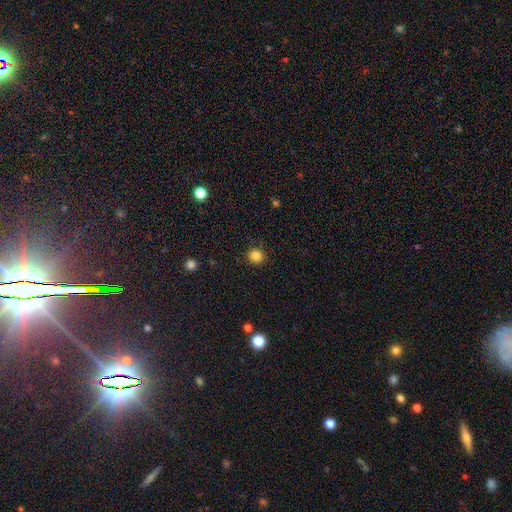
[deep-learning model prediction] Q: Smooth or featured?
A: smooth (84%); runner-up: star or artifact (12%)
Q: How rounded?
A: round (86%); runner-up: in between (13%)
Q: Merging?
A: none (89%); runner-up: minor disturbance (7%)